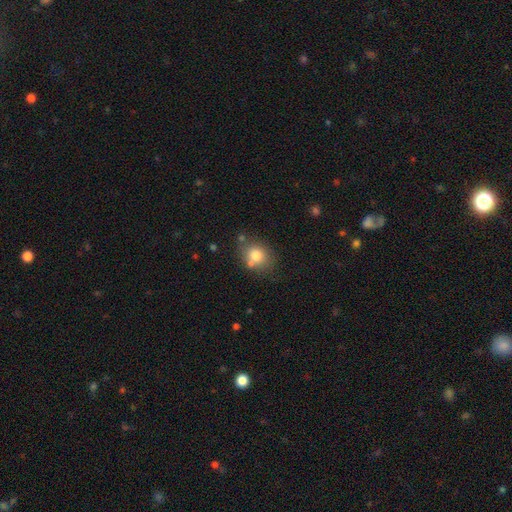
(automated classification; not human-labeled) Smooth or featured? smooth (77%)
How rounded? round (63%)
Merging? none (67%)